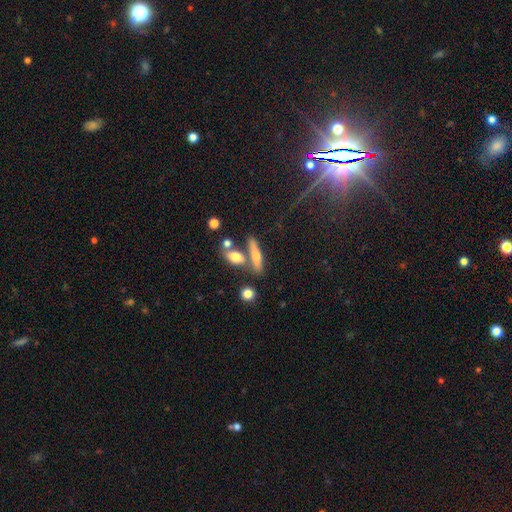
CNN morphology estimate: Q: Smooth or featured?
A: smooth (55%); runner-up: featured or disk (36%)
Q: How rounded?
A: cigar-shaped (65%); runner-up: in between (29%)
Q: Merging?
A: none (62%); runner-up: merger (23%)